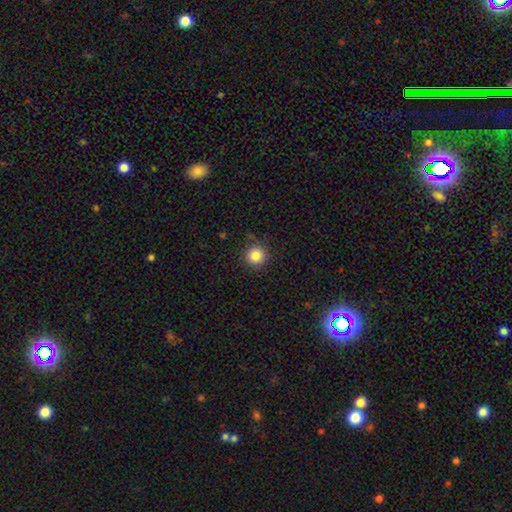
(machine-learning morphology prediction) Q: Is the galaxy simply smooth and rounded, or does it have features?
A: smooth — 84%.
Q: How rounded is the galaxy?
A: round — 95%.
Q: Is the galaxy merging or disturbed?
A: none — 86%.